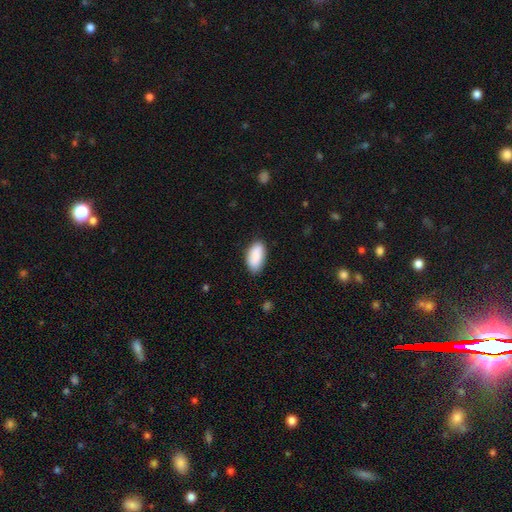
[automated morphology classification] Smooth or featured? smooth (89%)
How rounded? in between (93%)
Merging? none (81%)